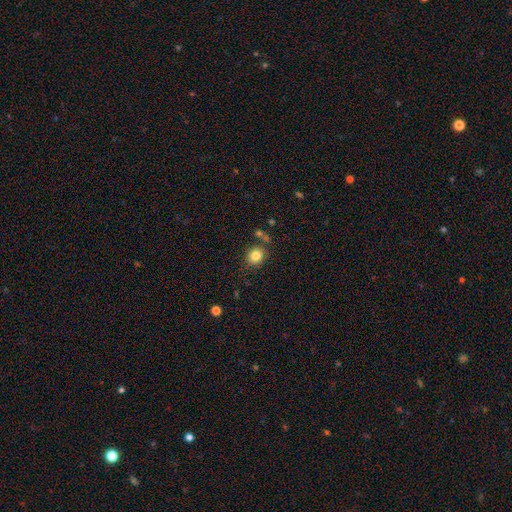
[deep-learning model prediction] This is clearly a smooth galaxy (82%). How rounded: likely round (76%). Merging: likely none (78%).